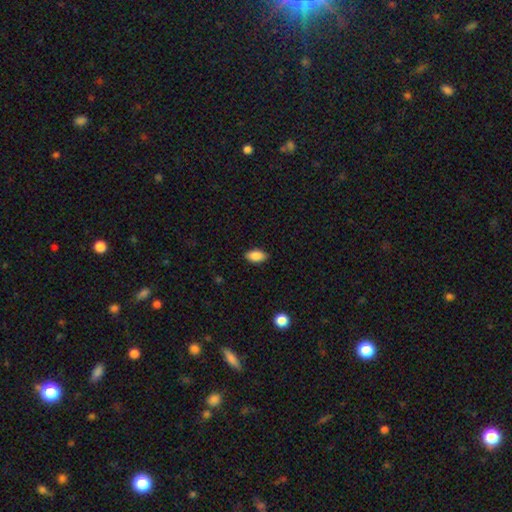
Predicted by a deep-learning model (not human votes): A smooth galaxy with no disk features (87%) that is in between round and cigar-shaped (92%). Merging: none (88%).